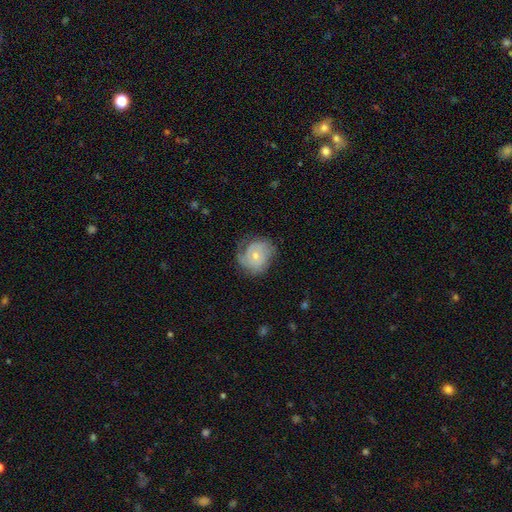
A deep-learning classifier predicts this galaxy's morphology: A featured or disk galaxy (64%) with no bar (73%), 2 (41%) tight (53%) spiral arms (87%) and a small central bulge (57%).

Vote fractions:
- Smooth or featured? featured or disk: 64% / smooth: 29% / star or artifact: 7%
- Edge-on disk? no: 97% / yes: 3%
- Bar? no: 73% / weak: 23% / strong: 4%
- Spiral arms? yes: 87% / no: 13%
- Spiral winding? tight: 53% / medium: 33% / loose: 14%
- Spiral arm count? 2: 41% / can't tell: 27% / 1: 17% / 3: 10% / 4: 3% / more than 4: 3%
- Bulge size? small: 57% / moderate: 39% / large: 2% / none: 2% / dominant: 1%
- Merging? none: 62% / minor disturbance: 24% / major disturbance: 12% / merger: 1%